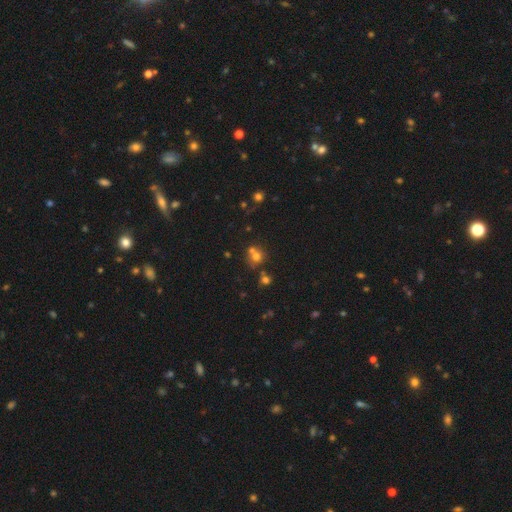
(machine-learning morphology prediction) Overall: smooth (64%). How rounded: round (80%). Merging: none (46%; merger 40%).